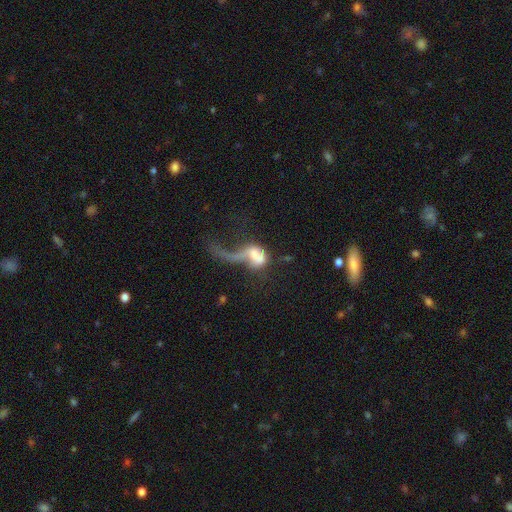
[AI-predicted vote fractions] smooth_or_featured: featured or disk (p=0.46) [alt: smooth p=0.43]
merging: major disturbance (p=0.54) [alt: merger p=0.27]